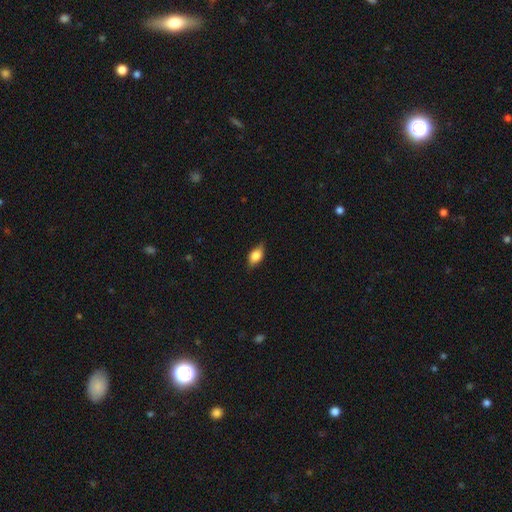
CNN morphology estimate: Smooth or featured? smooth (72%)
How rounded? in between (82%)
Merging? none (79%)